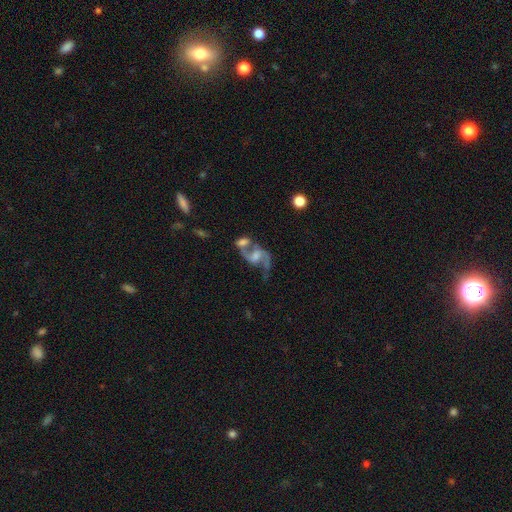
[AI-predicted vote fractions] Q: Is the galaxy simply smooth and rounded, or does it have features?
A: featured or disk — 82%.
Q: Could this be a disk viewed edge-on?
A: no — 97%.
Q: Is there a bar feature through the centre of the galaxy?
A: weak — 44%.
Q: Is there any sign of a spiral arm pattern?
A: yes — 92%.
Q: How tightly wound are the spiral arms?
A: loose — 67%.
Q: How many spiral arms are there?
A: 2 — 88%.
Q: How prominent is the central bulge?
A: moderate — 40%.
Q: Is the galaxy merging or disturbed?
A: merger — 41%.